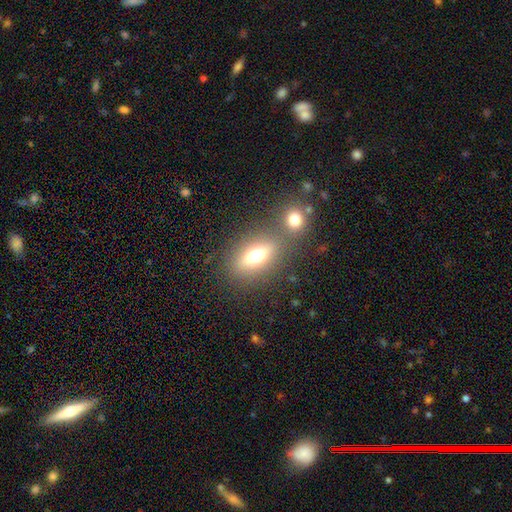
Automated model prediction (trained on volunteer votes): This appears to be a smooth galaxy with no disk features (67%) that is in between round and cigar-shaped (76%). Merging: none (59%).